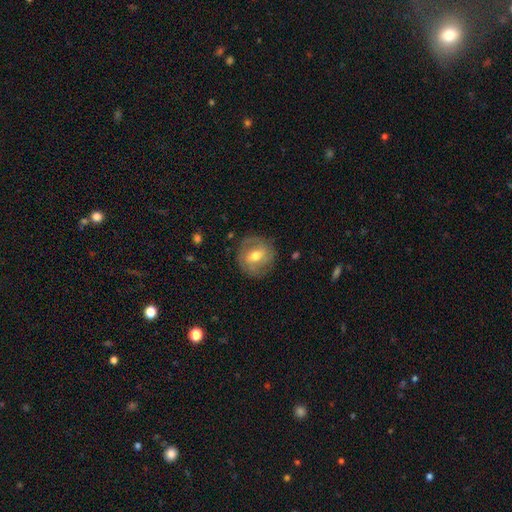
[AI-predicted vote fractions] This appears to be a featured or disk galaxy (55%) with a weak bar (49%), spiral arms (66%) and a moderate central bulge (75%). Merging: none (79%).